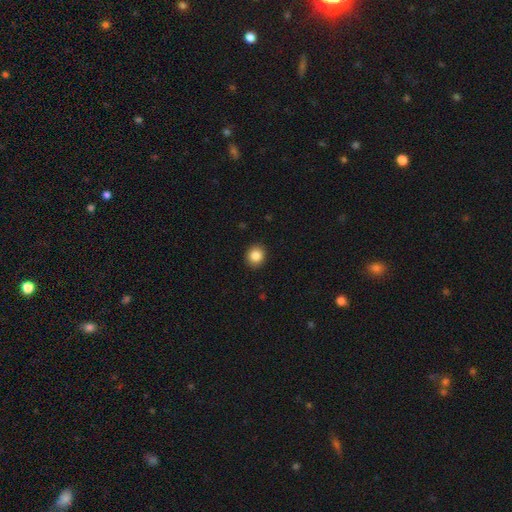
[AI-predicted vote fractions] smooth-or-featured: smooth: 86% | star or artifact: 9% | featured or disk: 5%
  how-rounded: round: 81% | in between: 18% | cigar-shaped: 1%
  merging: none: 91% | minor disturbance: 6% | major disturbance: 2% | merger: 1%